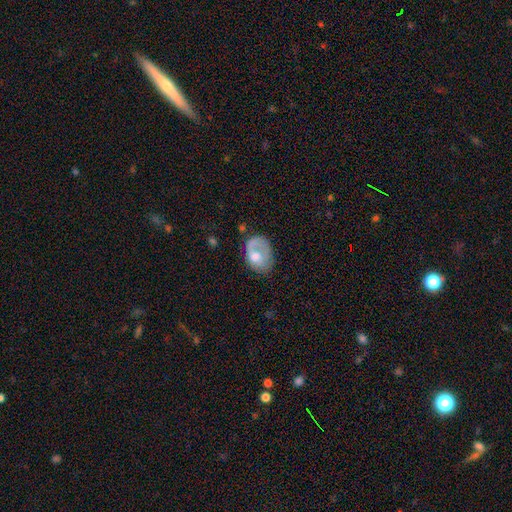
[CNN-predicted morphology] Smooth or featured? Predicted: smooth (p=0.59). How rounded? Predicted: in between (p=0.78). Merging? Predicted: none (p=0.36).